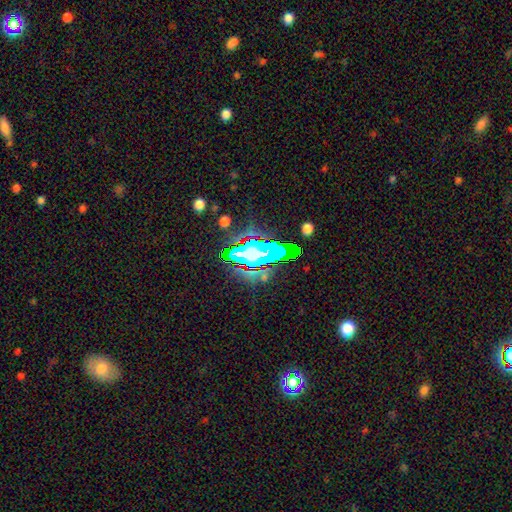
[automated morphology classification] Smooth or featured?
  - star or artifact: 49% *
  - featured or disk: 28%
  - smooth: 23%